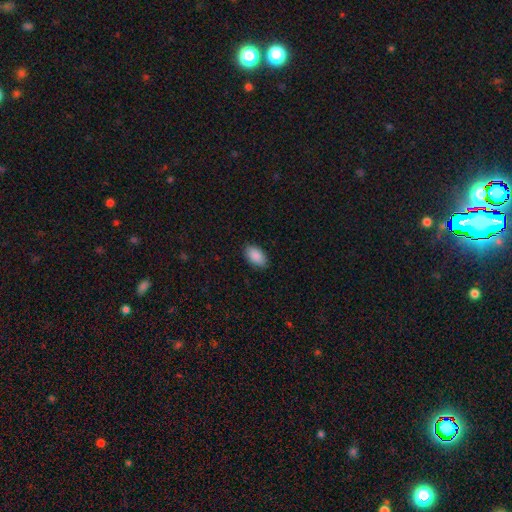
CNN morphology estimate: A smooth galaxy with no disk features (90%) that is in between round and cigar-shaped (94%). Merging: none (87%).